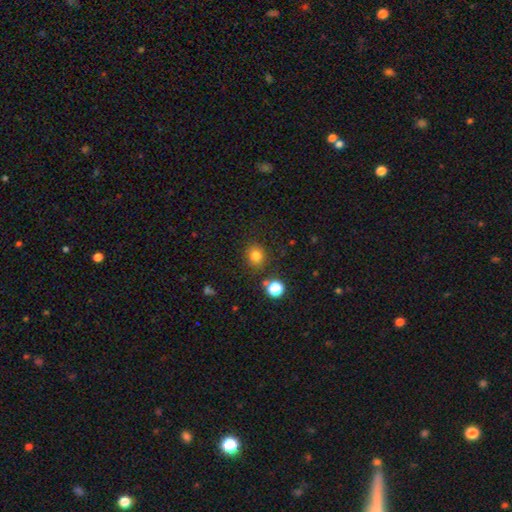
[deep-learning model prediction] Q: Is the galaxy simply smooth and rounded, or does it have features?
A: smooth — 79%.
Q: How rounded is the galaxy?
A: round — 84%.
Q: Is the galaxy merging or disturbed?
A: none — 84%.